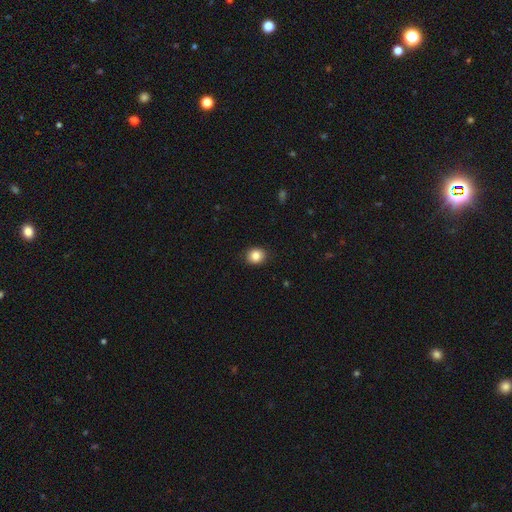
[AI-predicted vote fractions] Smooth or featured: smooth — 85% (star or artifact — 10%)
How rounded: round — 72% (in between — 27%)
Merging: none — 89% (minor disturbance — 8%)